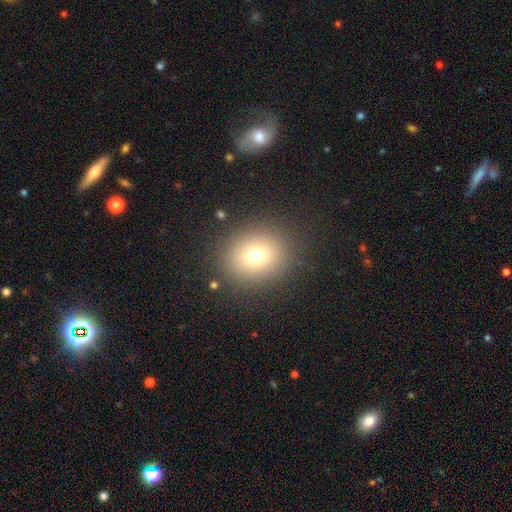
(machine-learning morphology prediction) Smooth or featured: smooth — 72% (star or artifact — 16%)
How rounded: round — 81% (in between — 18%)
Merging: none — 88% (minor disturbance — 7%)